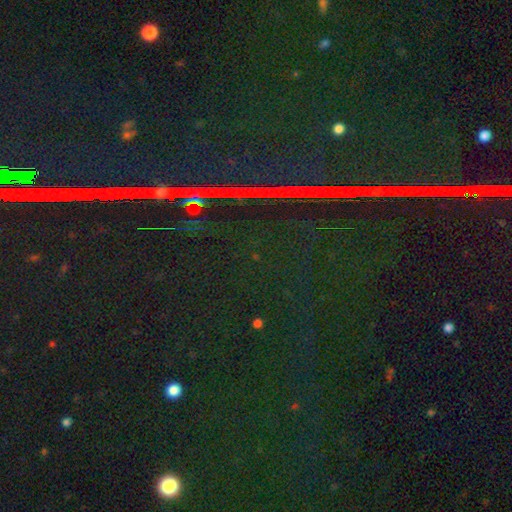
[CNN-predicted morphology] Smooth or featured? Predicted: star or artifact (p=0.87).